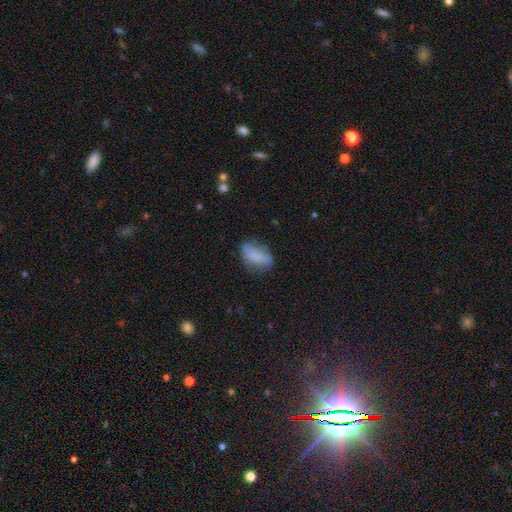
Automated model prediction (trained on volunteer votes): A smooth galaxy with no disk features (77%) that is in between round and cigar-shaped (89%).

Vote fractions:
- Smooth or featured? smooth: 77% / featured or disk: 14% / star or artifact: 9%
- How rounded? in between: 89% / round: 6% / cigar-shaped: 5%
- Merging? none: 59% / minor disturbance: 28% / major disturbance: 10% / merger: 2%